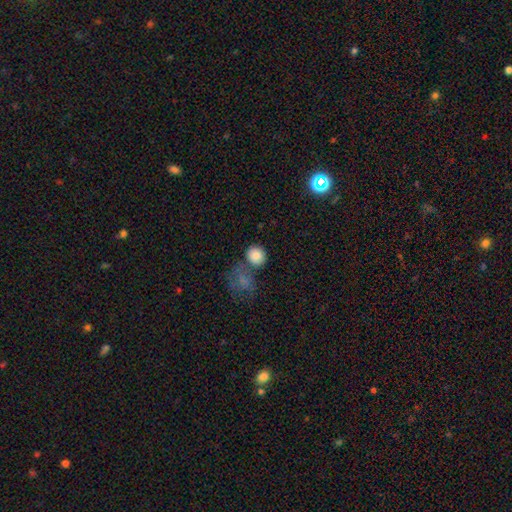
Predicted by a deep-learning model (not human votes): smooth 85%, star or artifact 9%, featured or disk 6%. Down the decision tree: how rounded — round (85%); merging — none (65%).